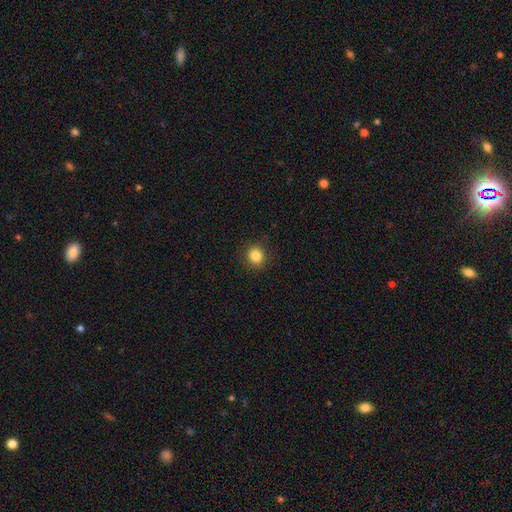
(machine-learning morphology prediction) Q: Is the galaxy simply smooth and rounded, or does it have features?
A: smooth — 84%.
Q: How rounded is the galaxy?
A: round — 81%.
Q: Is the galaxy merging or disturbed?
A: none — 90%.